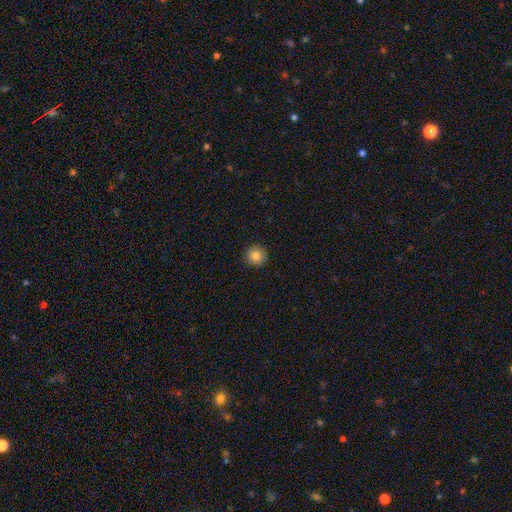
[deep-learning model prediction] Smooth or featured? smooth (84%)
How rounded? round (94%)
Merging? none (92%)